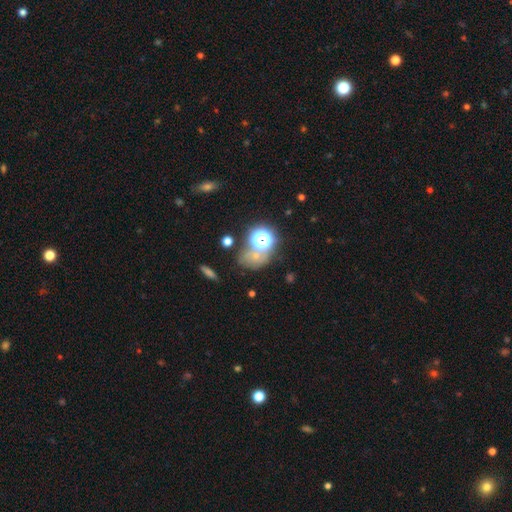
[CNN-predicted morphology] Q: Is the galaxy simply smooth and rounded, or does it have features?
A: smooth — 52%.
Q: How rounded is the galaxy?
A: round — 59%.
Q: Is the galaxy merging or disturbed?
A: none — 52%.